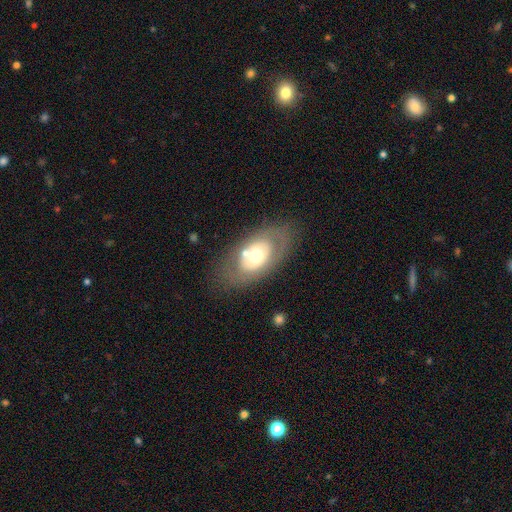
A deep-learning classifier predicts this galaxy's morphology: type=featured or disk (52%); edge-on=no (90%); merging=none (70%).